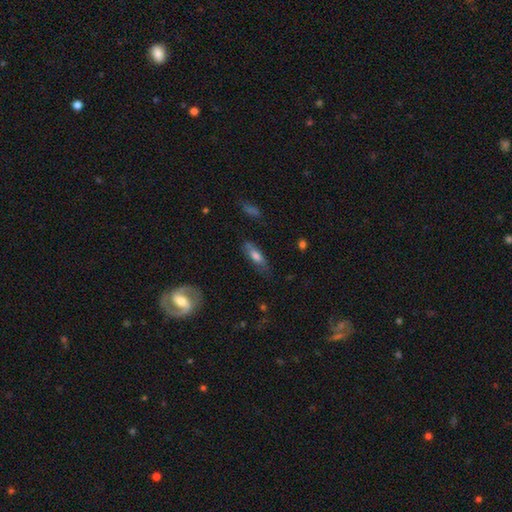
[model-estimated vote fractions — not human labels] smooth-or-featured: smooth: 66% | featured or disk: 26% | star or artifact: 7%
  how-rounded: in between: 55% | cigar-shaped: 43% | round: 2%
  merging: none: 68% | minor disturbance: 22% | major disturbance: 8% | merger: 2%